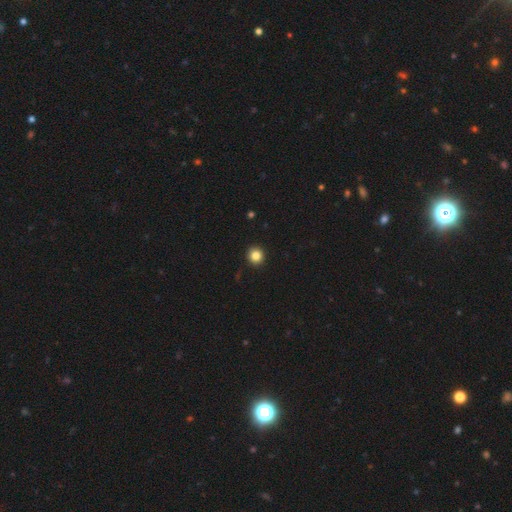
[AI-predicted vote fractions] A smooth galaxy with no disk features (84%) that is round (93%). Merging: none (93%).